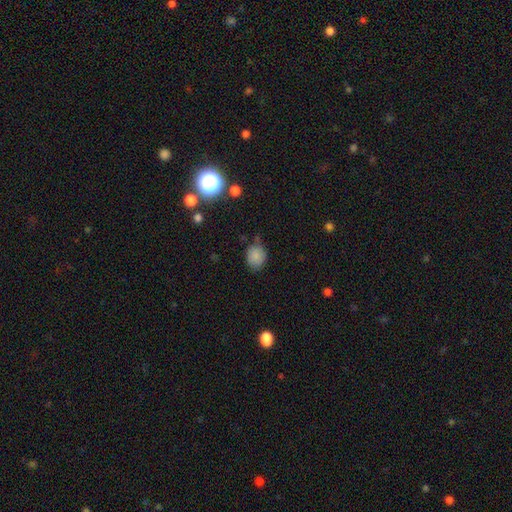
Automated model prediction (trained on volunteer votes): Smooth or featured? Predicted: smooth (p=0.82). How rounded? Predicted: round (p=0.63). Merging? Predicted: none (p=0.72).